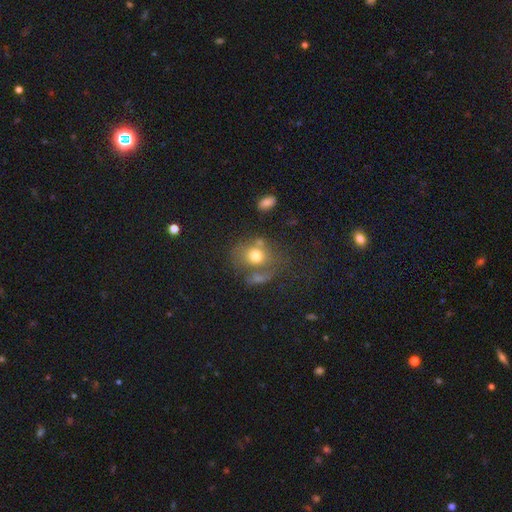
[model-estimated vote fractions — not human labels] A smooth galaxy with no disk features (69%) that is round (61%). Merging: none (41%).